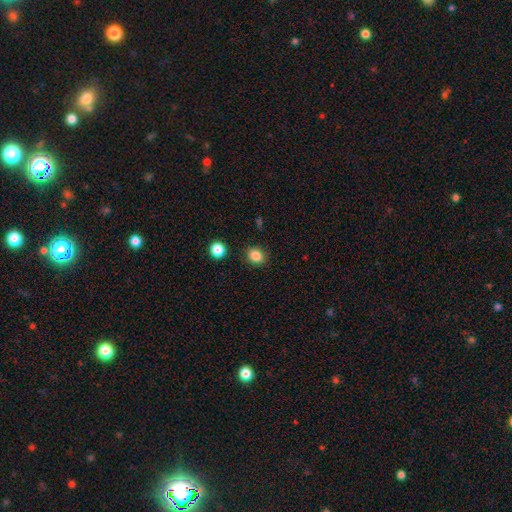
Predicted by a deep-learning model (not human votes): Q: Smooth or featured?
A: smooth (85%); runner-up: star or artifact (11%)
Q: How rounded?
A: round (60%); runner-up: in between (39%)
Q: Merging?
A: none (87%); runner-up: minor disturbance (8%)